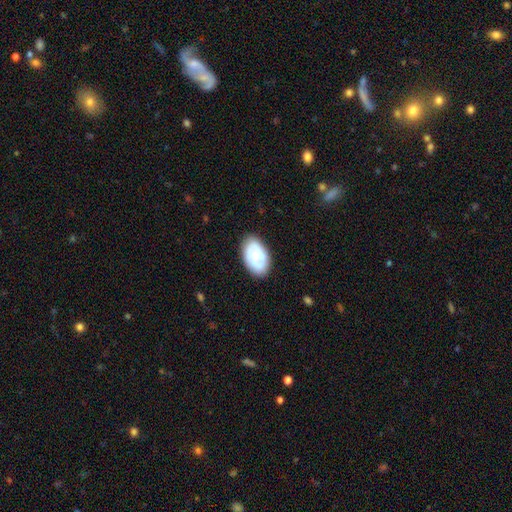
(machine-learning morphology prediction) Smooth or featured? Predicted: smooth (p=0.52). How rounded? Predicted: in between (p=0.90). Merging? Predicted: none (p=0.79).